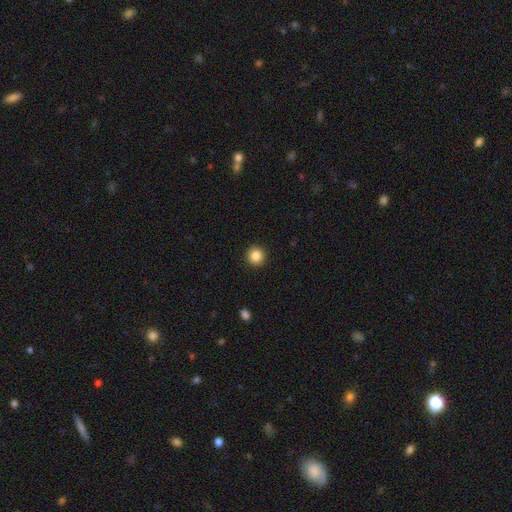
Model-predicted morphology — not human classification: Smooth or featured? smooth (86%)
How rounded? round (95%)
Merging? none (93%)